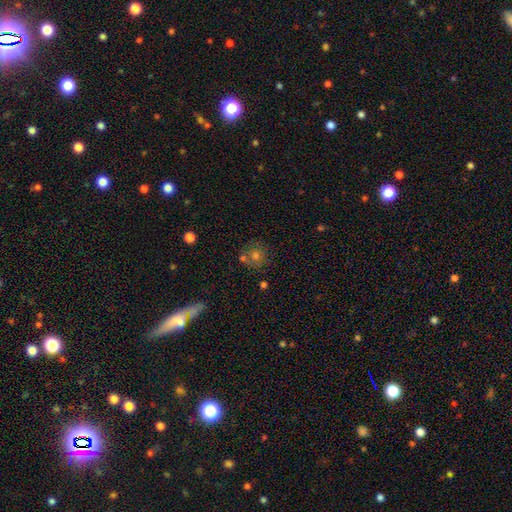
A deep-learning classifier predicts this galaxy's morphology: Smooth or featured? Predicted: smooth (p=0.53). How rounded? Predicted: round (p=0.88). Merging? Predicted: none (p=0.68).